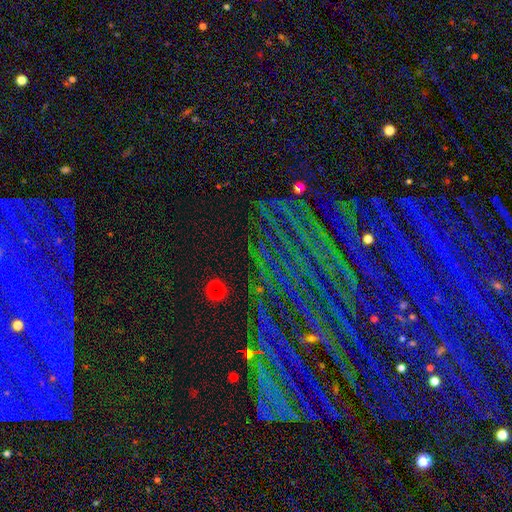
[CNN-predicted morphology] Smooth or featured?
  - star or artifact: 84% *
  - featured or disk: 9%
  - smooth: 7%